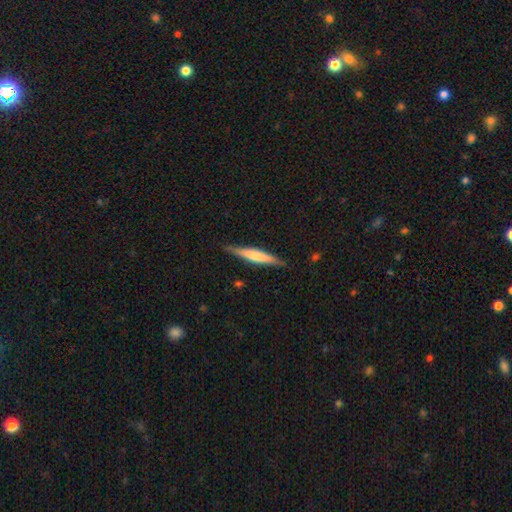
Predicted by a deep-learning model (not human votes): smooth 49%, featured or disk 45%, star or artifact 5%. Down the decision tree: merging — none (87%).